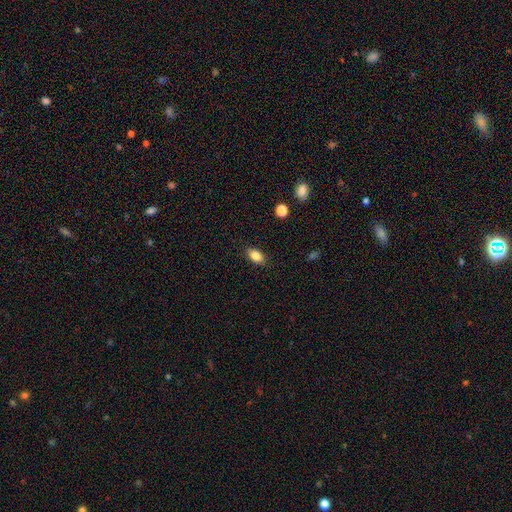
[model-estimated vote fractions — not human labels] The model was most divided on "merging": none: 86%, minor disturbance: 10%, major disturbance: 2%, merger: 1%. More confident: how rounded — in between (88%); smooth or featured — smooth (85%).